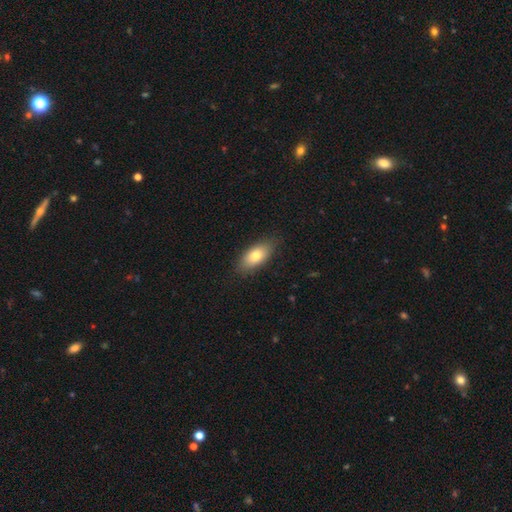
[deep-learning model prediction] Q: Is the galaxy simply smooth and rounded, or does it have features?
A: smooth — 76%.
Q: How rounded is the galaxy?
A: in between — 86%.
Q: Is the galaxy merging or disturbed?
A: none — 83%.